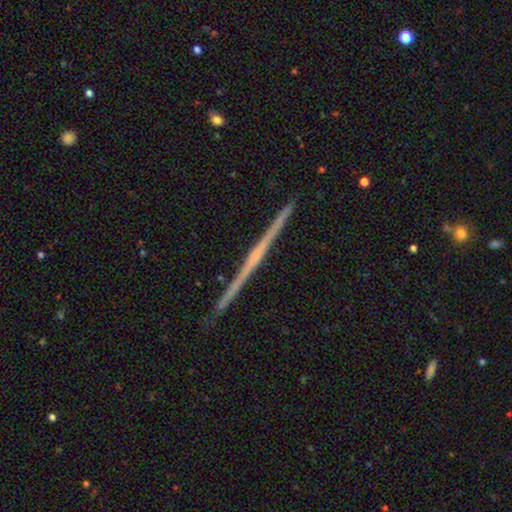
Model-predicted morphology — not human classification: smooth-or-featured: featured or disk: 78% | smooth: 16% | star or artifact: 6%
  disk-edge-on: yes: 99% | no: 1%
    edge-on-bulge: none: 63% | rounded: 30% | boxy: 7%
  merging: none: 93% | minor disturbance: 5% | merger: 1% | major disturbance: 1%